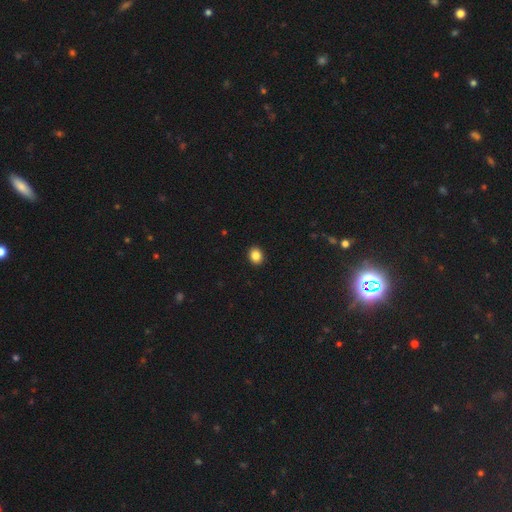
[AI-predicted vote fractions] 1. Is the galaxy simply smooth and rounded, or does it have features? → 86% smooth, 10% star or artifact, 5% featured or disk.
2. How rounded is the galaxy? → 61% round, 38% in between, 1% cigar-shaped.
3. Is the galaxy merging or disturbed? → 92% none, 5% minor disturbance, 2% major disturbance, 1% merger.